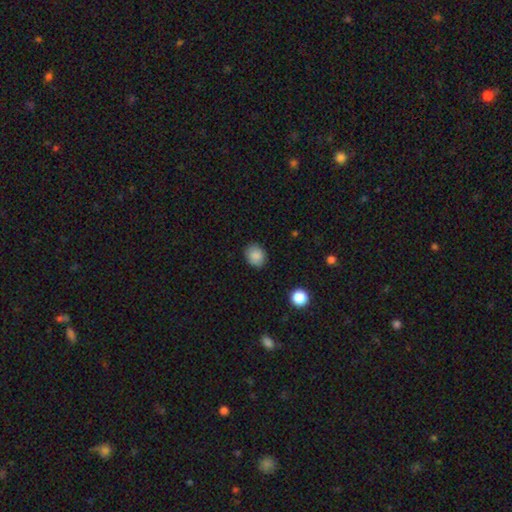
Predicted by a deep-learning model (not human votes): Smooth or featured?
  - smooth: 86% *
  - star or artifact: 9%
  - featured or disk: 5%
How rounded?
  - round: 58% *
  - in between: 42%
  - cigar-shaped: 1%
Merging?
  - none: 85% *
  - minor disturbance: 12%
  - major disturbance: 3%
  - merger: 1%